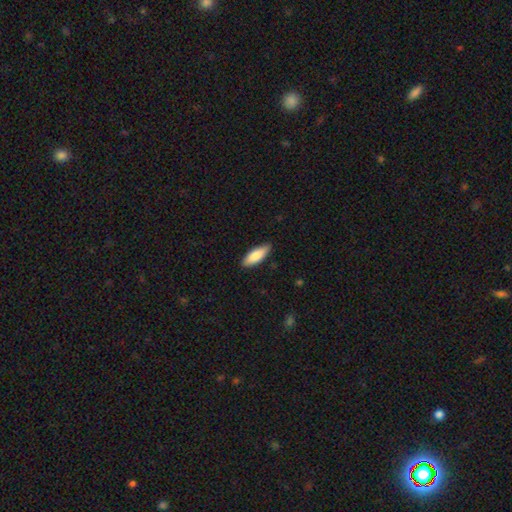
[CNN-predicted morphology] smooth_or_featured: smooth (p=0.83) [alt: featured or disk p=0.12]
how_rounded: in between (p=0.66) [alt: cigar-shaped p=0.32]
merging: none (p=0.86) [alt: minor disturbance p=0.11]